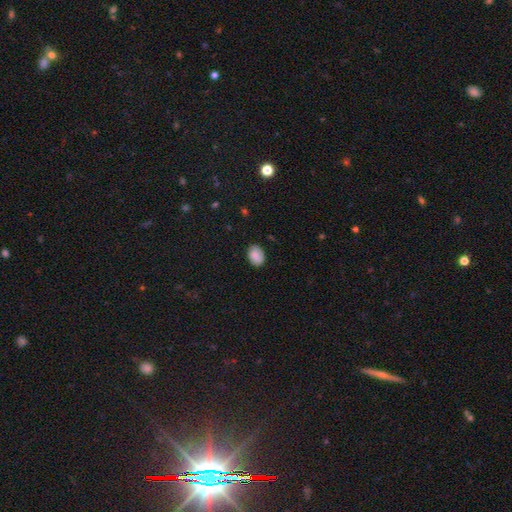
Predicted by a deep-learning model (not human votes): A smooth galaxy with no disk features (84%) that is in between round and cigar-shaped (75%).

Vote fractions:
- Smooth or featured? smooth: 84% / star or artifact: 8% / featured or disk: 8%
- How rounded? in between: 75% / round: 24% / cigar-shaped: 1%
- Merging? none: 80% / minor disturbance: 16% / major disturbance: 3% / merger: 1%